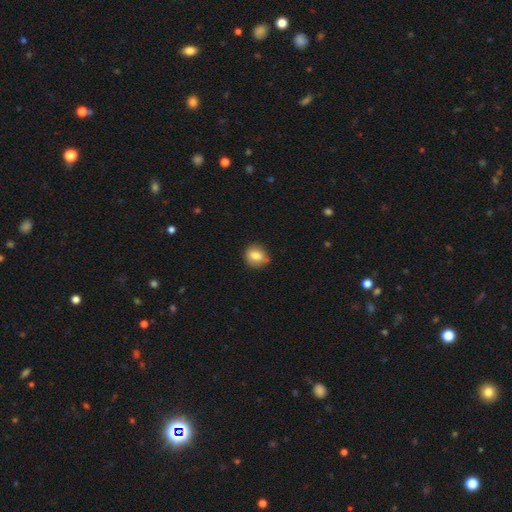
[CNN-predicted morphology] A smooth galaxy with no disk features (80%) that is round (71%). Merging: none (78%).